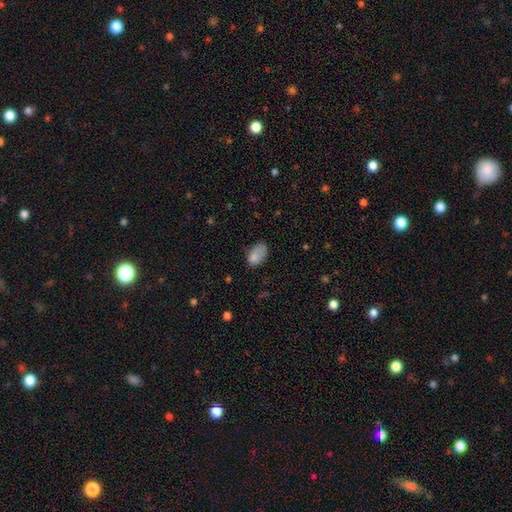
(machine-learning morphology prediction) Smooth or featured? Predicted: smooth (p=0.79). How rounded? Predicted: in between (p=0.87). Merging? Predicted: none (p=0.45).